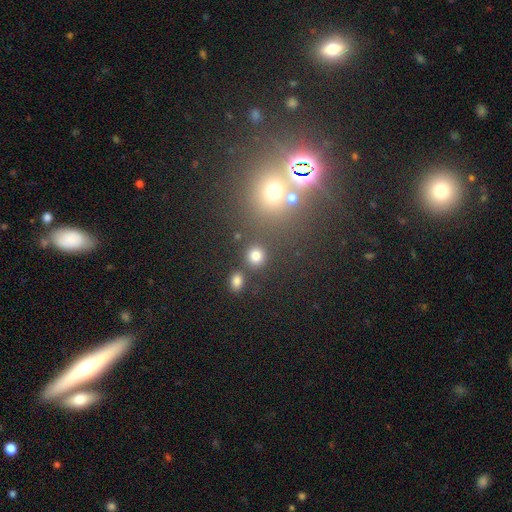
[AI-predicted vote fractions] Smooth or featured: smooth — 78% (star or artifact — 16%)
How rounded: round — 86% (in between — 13%)
Merging: none — 81% (merger — 9%)